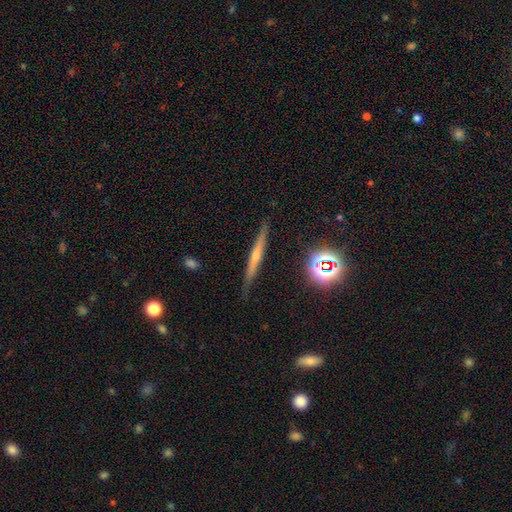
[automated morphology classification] featured or disk 64%, smooth 20%, star or artifact 16%. Down the decision tree: edge-on disk — yes (96%); edge-on bulge — rounded (74%); merging — none (88%).